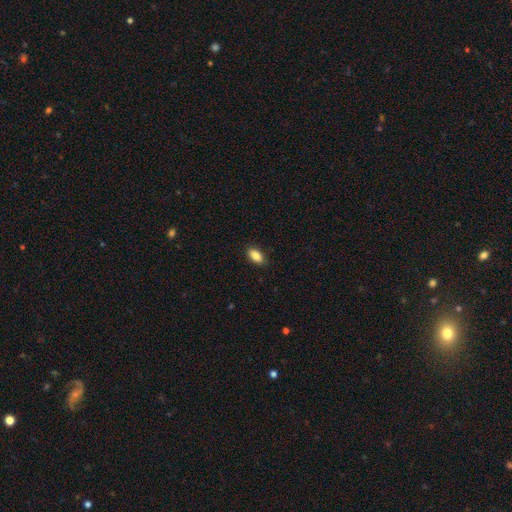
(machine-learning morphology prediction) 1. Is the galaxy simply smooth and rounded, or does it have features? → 88% smooth, 7% star or artifact, 5% featured or disk.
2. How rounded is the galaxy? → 92% in between, 5% round, 4% cigar-shaped.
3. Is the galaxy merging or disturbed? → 88% none, 9% minor disturbance, 2% major disturbance, 1% merger.